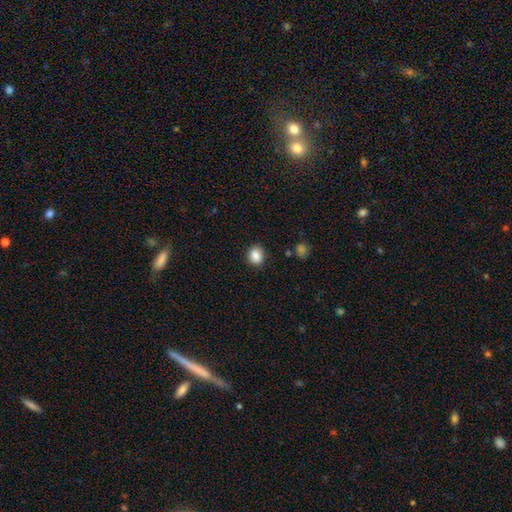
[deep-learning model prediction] This appears to be a smooth galaxy with no disk features (87%) that is round (68%). Merging: none (87%).